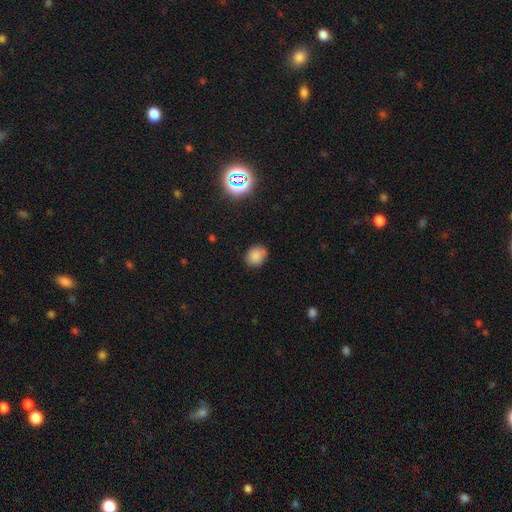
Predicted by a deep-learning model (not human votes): Q: Smooth or featured?
A: smooth (80%); runner-up: star or artifact (13%)
Q: How rounded?
A: round (66%); runner-up: in between (33%)
Q: Merging?
A: none (75%); runner-up: minor disturbance (18%)